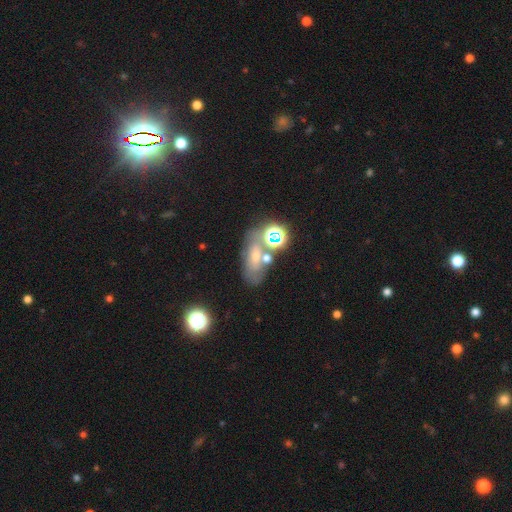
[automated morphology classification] Q: Smooth or featured?
A: star or artifact (34%); runner-up: smooth (33%)